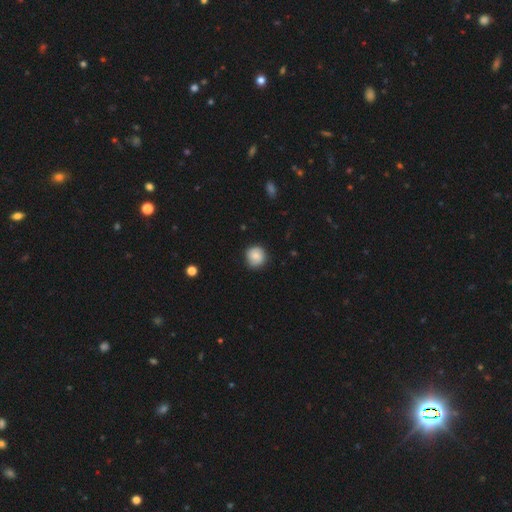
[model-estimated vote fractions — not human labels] smooth-or-featured: smooth: 78% | featured or disk: 14% | star or artifact: 8%
  how-rounded: round: 91% | in between: 8% | cigar-shaped: 1%
  merging: none: 83% | minor disturbance: 13% | major disturbance: 3% | merger: 1%